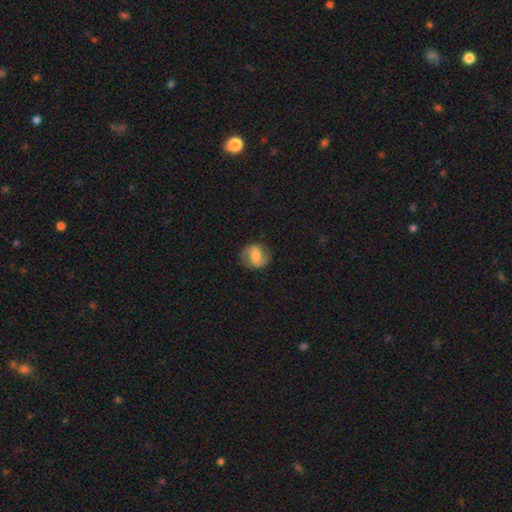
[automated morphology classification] This is likely a featured or disk galaxy (63%). It is clearly not viewed edge-on (97%). Bar: possibly weak (45%). Spiral arm pattern: clearly yes (91%). Spiral arm count: clearly 2 (90%). Spiral winding: possibly medium (48%). Central bulge: possibly moderate (45%). Merging: clearly none (83%).